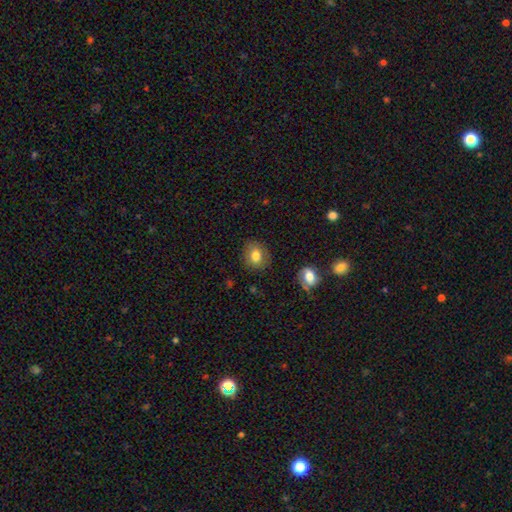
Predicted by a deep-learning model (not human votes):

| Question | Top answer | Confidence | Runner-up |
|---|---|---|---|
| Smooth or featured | smooth | 77% | featured or disk (13%) |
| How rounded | round | 58% | in between (40%) |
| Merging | none | 83% | minor disturbance (12%) |